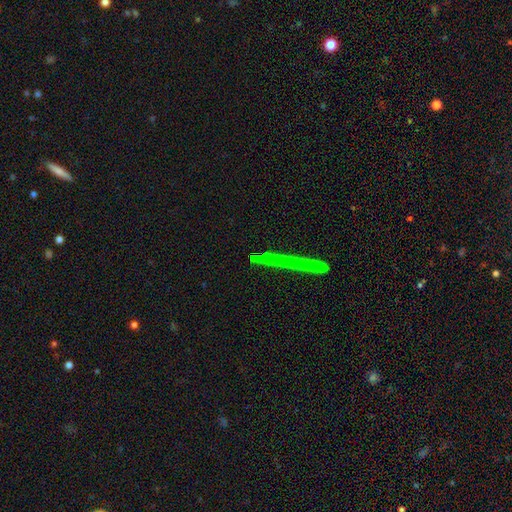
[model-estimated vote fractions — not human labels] smooth_or_featured: star or artifact (p=0.72) [alt: featured or disk p=0.15]